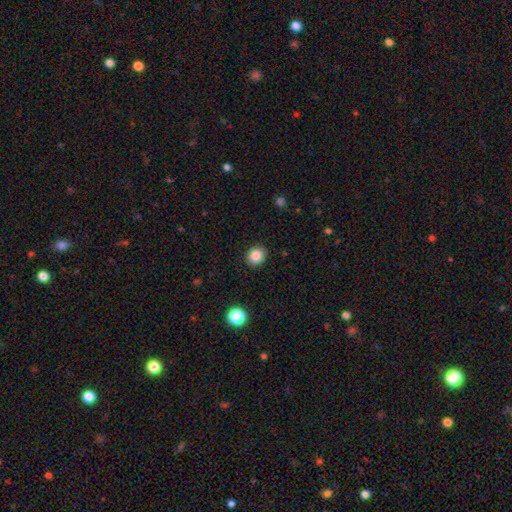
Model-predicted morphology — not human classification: A smooth galaxy with no disk features (86%) that is round (75%). Merging: none (90%).